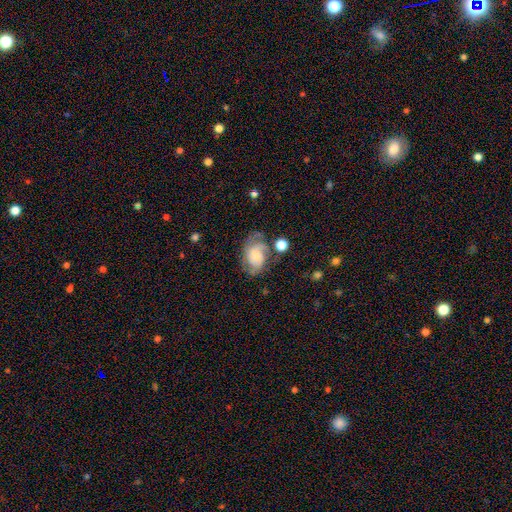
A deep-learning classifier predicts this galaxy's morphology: smooth-or-featured: featured or disk: 65% | smooth: 27% | star or artifact: 8%
  disk-edge-on: no: 97% | yes: 3%
    bar: no: 72% | weak: 24% | strong: 4%
    has-spiral-arms: yes: 88% | no: 12%
      spiral-winding: medium: 43% | tight: 39% | loose: 18%
      spiral-arm-count: 2: 56% | can't tell: 22% | 3: 11% | 1: 5% | 4: 3% | more than 4: 2%
    bulge-size: small: 53% | moderate: 38% | large: 4% | none: 3% | dominant: 1%
  merging: none: 55% | minor disturbance: 25% | major disturbance: 14% | merger: 6%